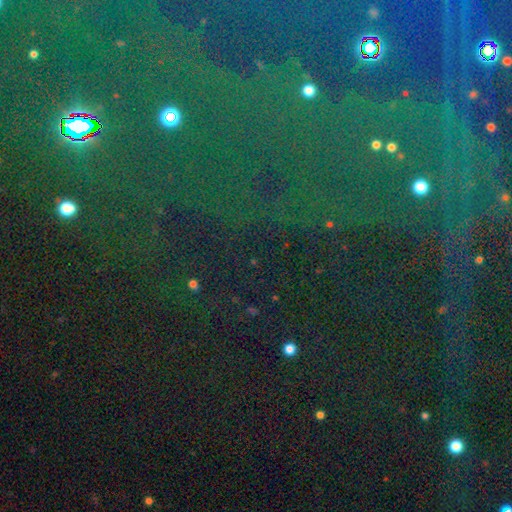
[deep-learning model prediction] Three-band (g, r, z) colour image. It shows a star or artifact, not a galaxy (83%).